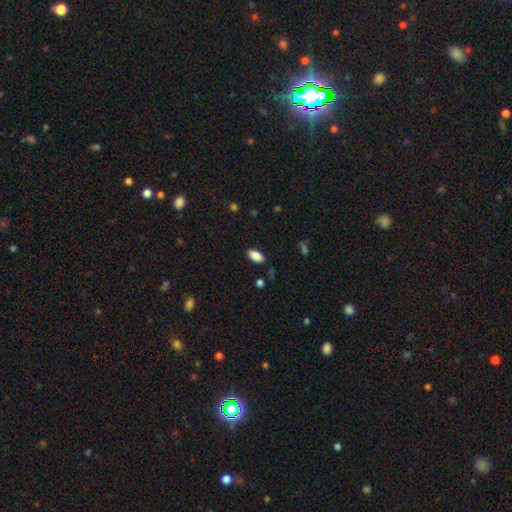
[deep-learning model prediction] A smooth galaxy with no disk features (87%) that is in between round and cigar-shaped (93%). Merging: none (86%).